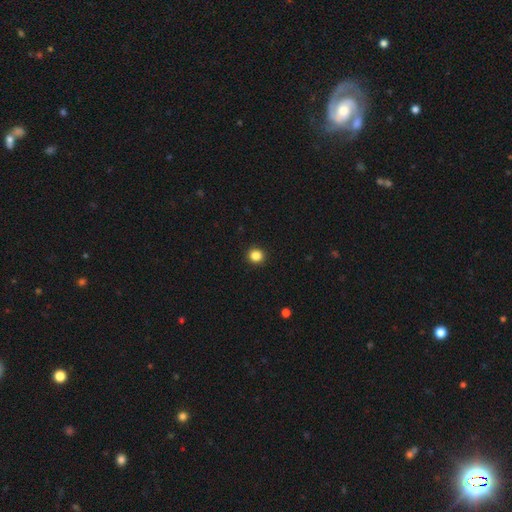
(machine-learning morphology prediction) Smooth or featured: smooth — 86% (star or artifact — 11%)
How rounded: round — 92% (in between — 7%)
Merging: none — 93% (minor disturbance — 4%)